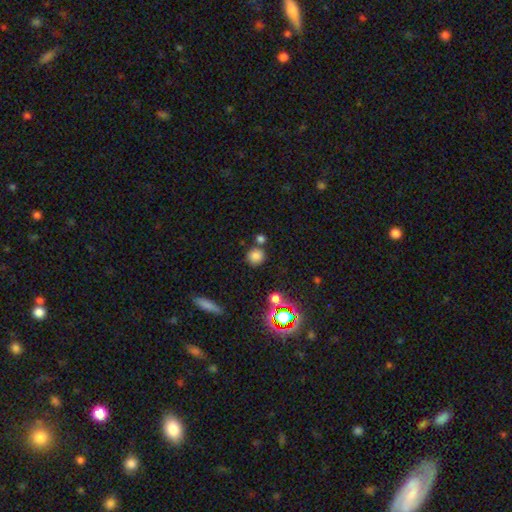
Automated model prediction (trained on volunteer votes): smooth-or-featured: smooth: 75% | star or artifact: 18% | featured or disk: 7%
  how-rounded: round: 88% | in between: 11% | cigar-shaped: 1%
  merging: none: 73% | merger: 15% | minor disturbance: 9% | major disturbance: 3%